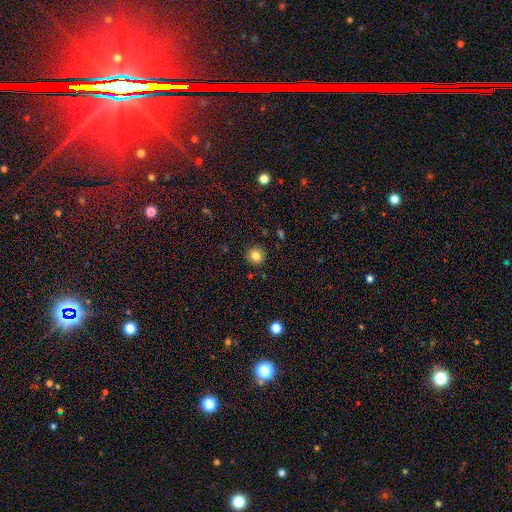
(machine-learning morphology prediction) type=smooth (82%); roundness=round (94%); merging=none (91%).